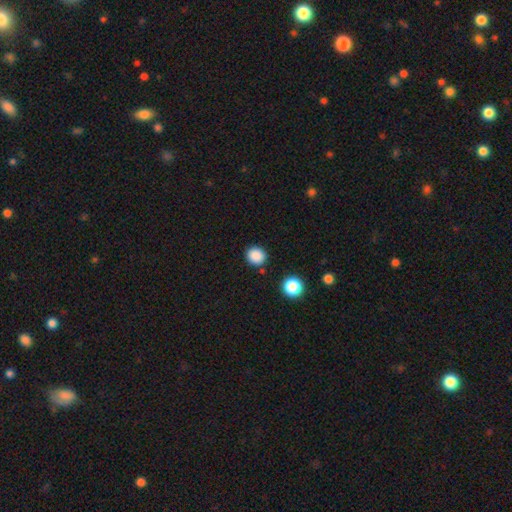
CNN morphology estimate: smooth-or-featured: smooth: 87% | star or artifact: 11% | featured or disk: 3%
  how-rounded: round: 87% | in between: 12% | cigar-shaped: 1%
  merging: none: 87% | minor disturbance: 7% | merger: 3% | major disturbance: 2%